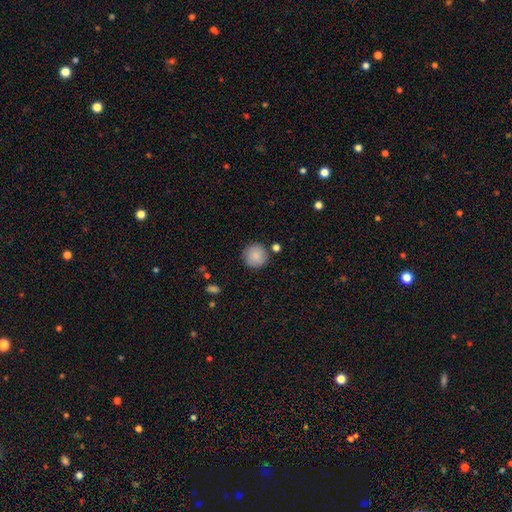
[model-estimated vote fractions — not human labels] Overall: smooth (87%). How rounded: round (95%). Merging: none (85%).